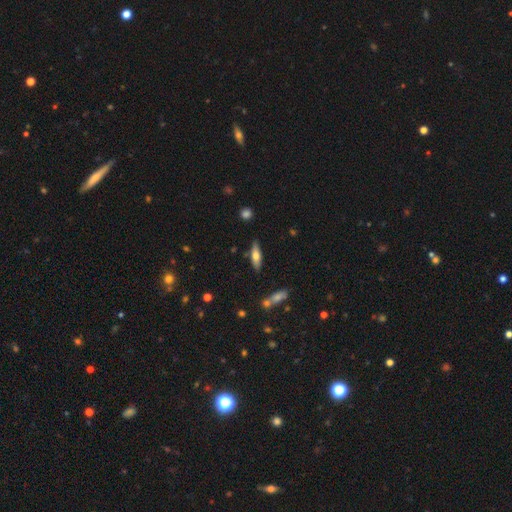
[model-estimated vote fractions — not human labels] Smooth or featured?
  - smooth: 57% *
  - featured or disk: 36%
  - star or artifact: 7%
How rounded?
  - cigar-shaped: 53% *
  - in between: 45%
  - round: 2%
Merging?
  - none: 81% *
  - minor disturbance: 13%
  - merger: 3%
  - major disturbance: 3%